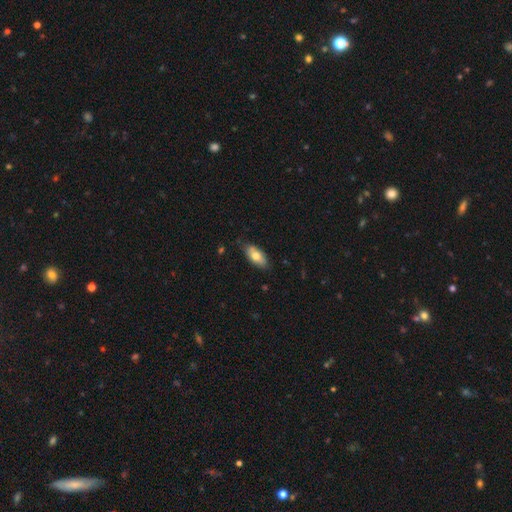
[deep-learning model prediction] This appears to be a smooth galaxy with no disk features (72%) that is in between round and cigar-shaped (86%). Merging: none (79%).